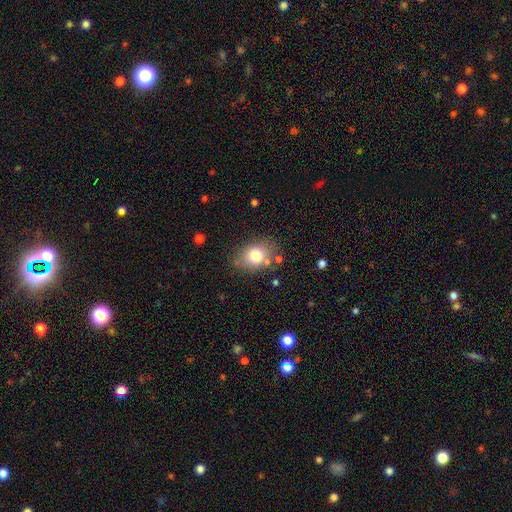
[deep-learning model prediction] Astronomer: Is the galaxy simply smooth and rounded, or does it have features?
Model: smooth — 77%.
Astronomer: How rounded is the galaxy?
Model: in between — 60% (runner-up: round, 39%).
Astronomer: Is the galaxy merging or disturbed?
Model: none — 74%.